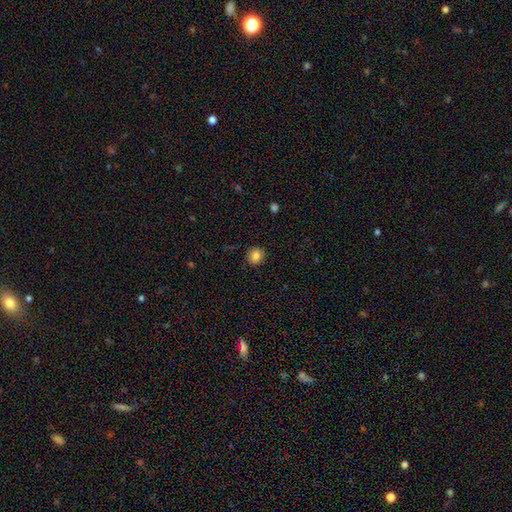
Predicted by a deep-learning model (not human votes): Smooth or featured? smooth (84%)
How rounded? round (82%)
Merging? none (89%)